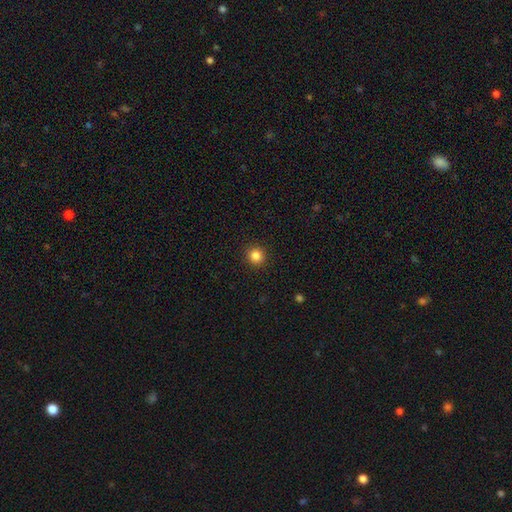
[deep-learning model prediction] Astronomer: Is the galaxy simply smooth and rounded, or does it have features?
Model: smooth — 85%.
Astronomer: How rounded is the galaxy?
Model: round — 93%.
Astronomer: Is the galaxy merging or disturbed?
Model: none — 92%.